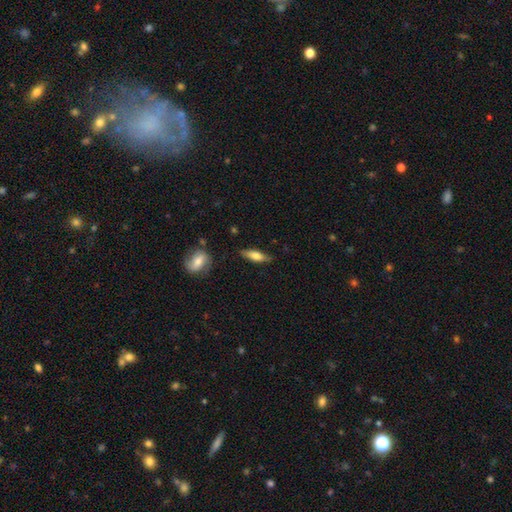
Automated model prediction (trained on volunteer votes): The model was most divided on "how rounded" (2-way tie): cigar-shaped: 49%, in between: 49%, round: 3%. More confident: merging — none (81%); smooth or featured — smooth (67%).